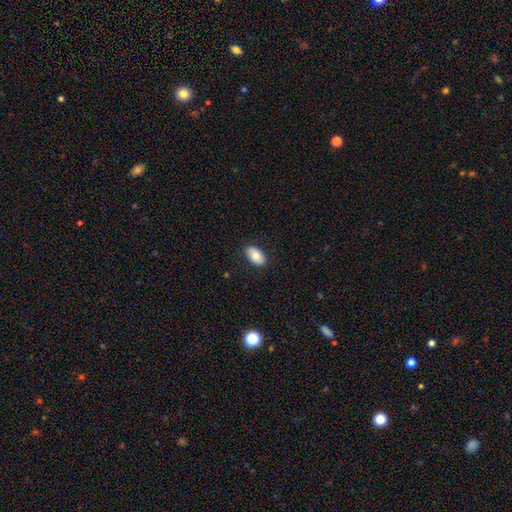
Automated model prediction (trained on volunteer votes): This is likely a smooth galaxy (78%). How rounded: clearly in between (93%). Merging: clearly none (87%).